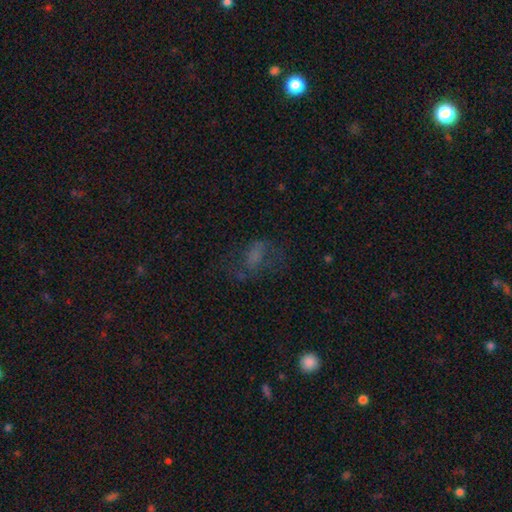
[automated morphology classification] smooth-or-featured: smooth: 45% | featured or disk: 34% | star or artifact: 21%
  merging: none: 42% | major disturbance: 35% | minor disturbance: 20% | merger: 3%